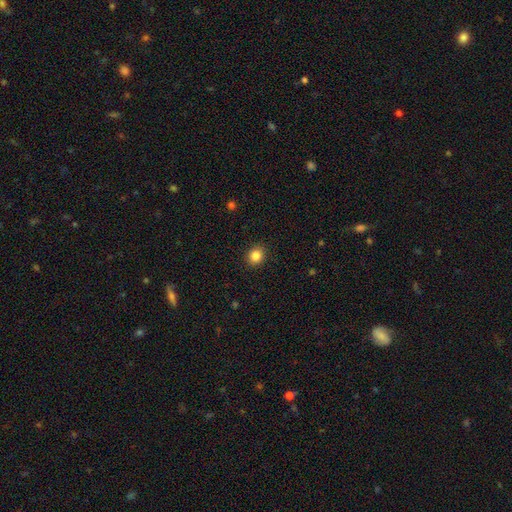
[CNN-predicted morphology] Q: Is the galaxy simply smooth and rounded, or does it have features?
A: smooth — 85%.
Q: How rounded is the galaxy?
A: round — 81%.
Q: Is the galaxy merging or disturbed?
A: none — 91%.